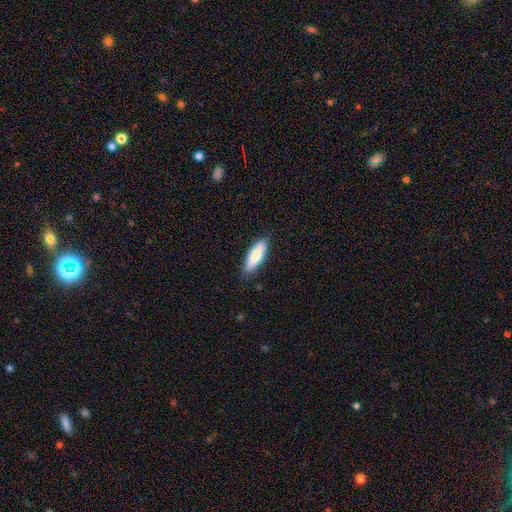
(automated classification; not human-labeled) smooth 76%, featured or disk 19%, star or artifact 6%. Down the decision tree: how rounded — in between (55%); merging — none (86%).